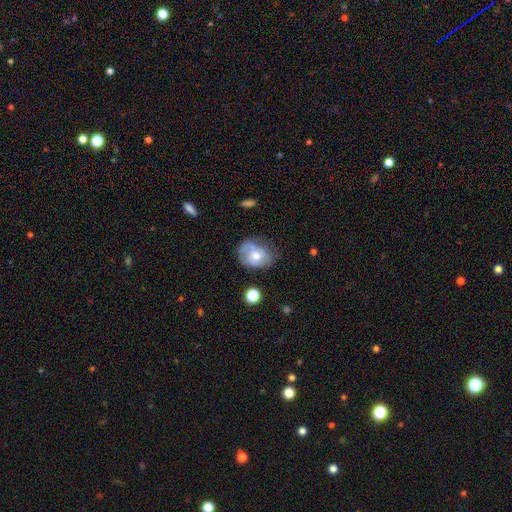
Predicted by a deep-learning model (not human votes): A smooth galaxy with no disk features (47%).

Vote fractions:
- Smooth or featured? smooth: 47% / featured or disk: 45% / star or artifact: 8%
- Merging? none: 49% / minor disturbance: 30% / major disturbance: 17% / merger: 4%